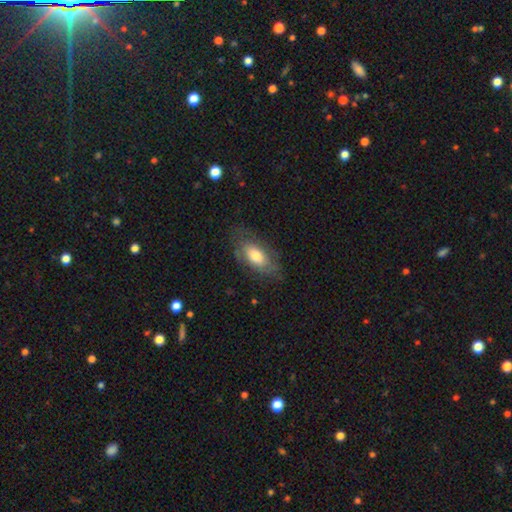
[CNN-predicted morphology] Smooth or featured? Predicted: smooth (p=0.58). How rounded? Predicted: in between (p=0.89). Merging? Predicted: none (p=0.71).